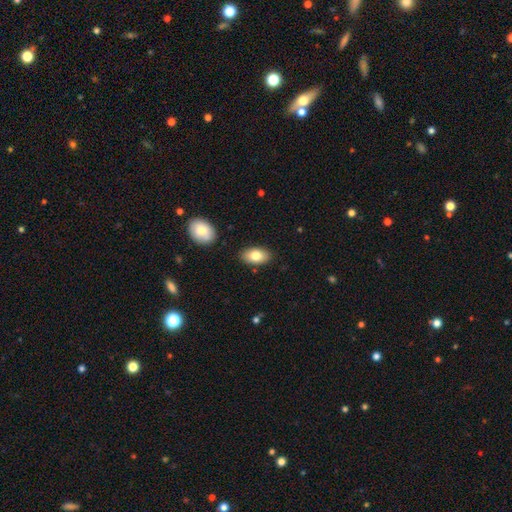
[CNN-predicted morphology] This is likely a smooth galaxy (80%). How rounded: clearly in between (93%). Merging: clearly none (86%).